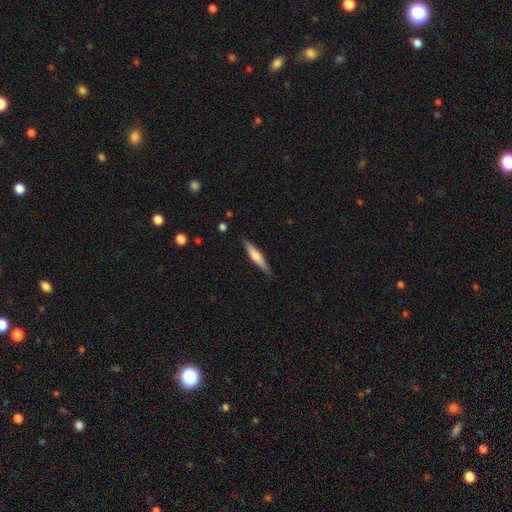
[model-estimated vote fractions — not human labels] smooth_or_featured: smooth (p=0.54) [alt: featured or disk p=0.40]
how_rounded: cigar-shaped (p=0.87) [alt: in between p=0.11]
merging: none (p=0.88) [alt: minor disturbance p=0.09]